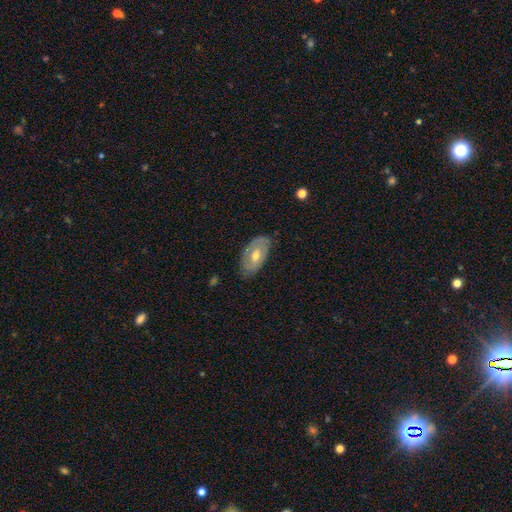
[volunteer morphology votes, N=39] smooth_or_featured: featured or disk (p=0.56) [alt: smooth p=0.33]
disk_edge_on: no (p=0.95) [alt: yes p=0.05]
bar: no (p=0.62) [alt: weak p=0.33]
has_spiral_arms: no (p=0.52) [alt: yes p=0.48]
bulge_size: moderate (p=0.67) [alt: small p=0.29]
merging: none (p=0.60) [alt: minor disturbance p=0.34]